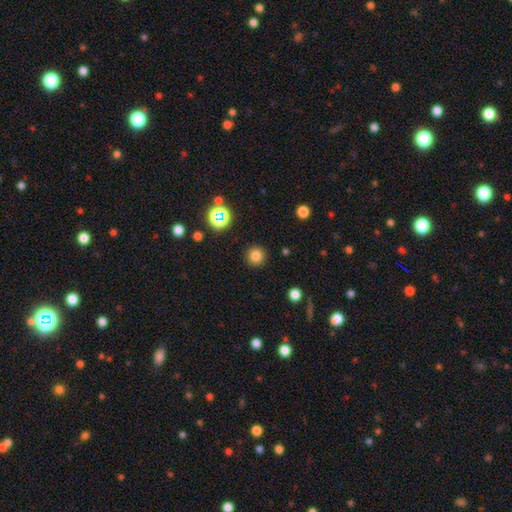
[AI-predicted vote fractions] Smooth or featured?
  - smooth: 79% *
  - star or artifact: 16%
  - featured or disk: 6%
How rounded?
  - round: 94% *
  - in between: 5%
  - cigar-shaped: 1%
Merging?
  - none: 91% *
  - minor disturbance: 6%
  - major disturbance: 2%
  - merger: 1%